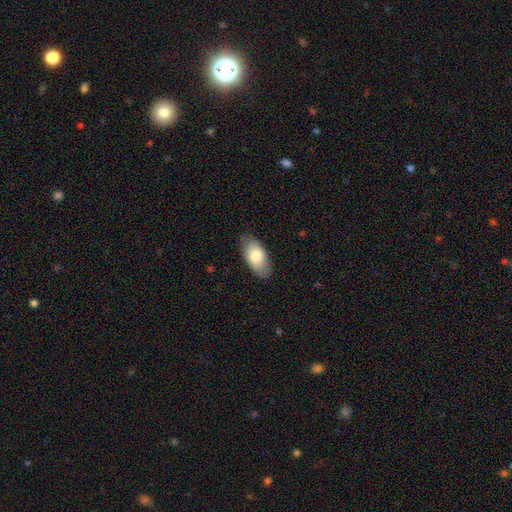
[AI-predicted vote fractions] A smooth galaxy with no disk features (76%) that is in between round and cigar-shaped (93%). Merging: none (80%).